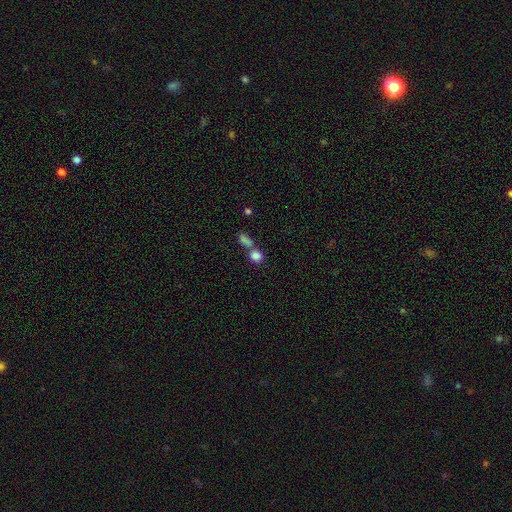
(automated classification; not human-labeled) smooth 82%, star or artifact 10%, featured or disk 7%. Down the decision tree: how rounded — round (70%); merging — merger (45%).